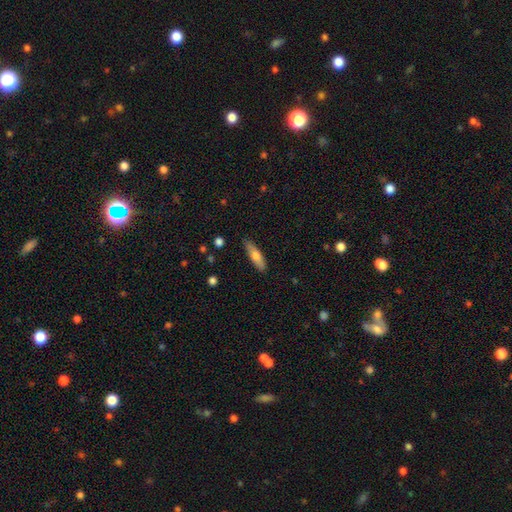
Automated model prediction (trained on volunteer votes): Smooth or featured? smooth (68%)
How rounded? cigar-shaped (62%)
Merging? none (84%)